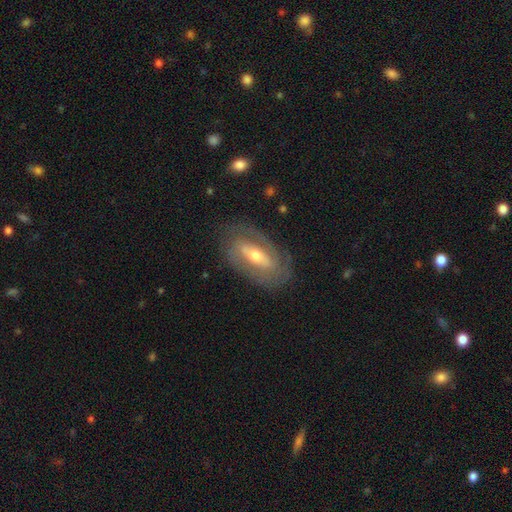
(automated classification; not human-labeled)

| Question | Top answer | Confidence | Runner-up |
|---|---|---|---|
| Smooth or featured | featured or disk | 73% | smooth (21%) |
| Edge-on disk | no | 87% | yes (13%) |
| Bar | strong | 48% | weak (28%) |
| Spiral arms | yes | 63% | no (37%) |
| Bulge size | moderate | 60% | small (32%) |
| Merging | none | 78% | minor disturbance (14%) |